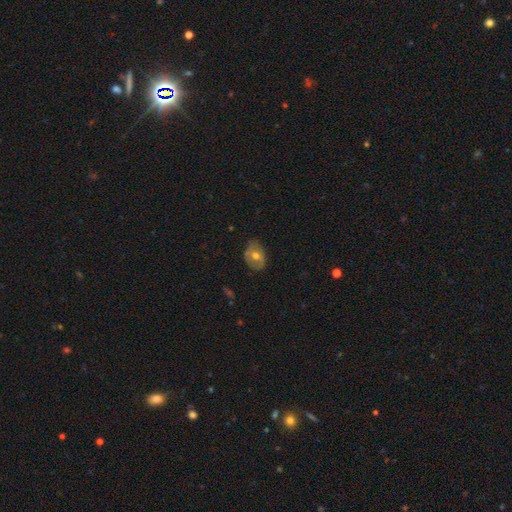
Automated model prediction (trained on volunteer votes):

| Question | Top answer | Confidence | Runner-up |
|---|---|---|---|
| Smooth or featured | smooth | 48% | featured or disk (44%) |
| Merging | none | 72% | minor disturbance (22%) |